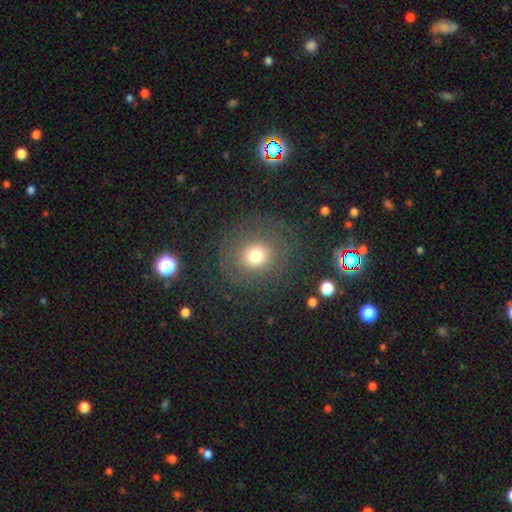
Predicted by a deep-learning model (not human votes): Overall: smooth (59%; featured or disk 23%). How rounded: round (85%). Merging: none (82%).